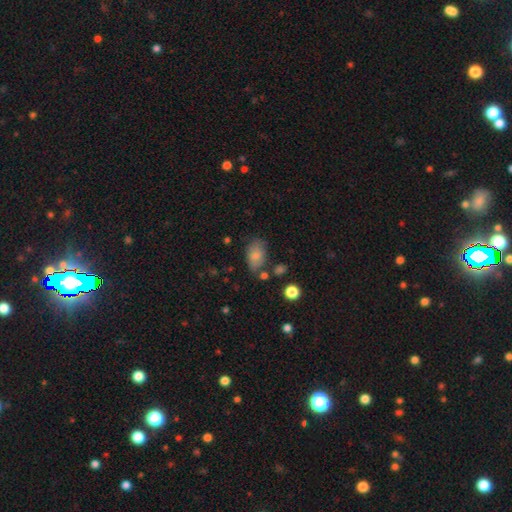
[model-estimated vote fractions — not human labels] smooth-or-featured: smooth: 78% | featured or disk: 14% | star or artifact: 8%
  how-rounded: in between: 88% | round: 11% | cigar-shaped: 1%
  merging: none: 62% | minor disturbance: 24% | major disturbance: 7% | merger: 6%